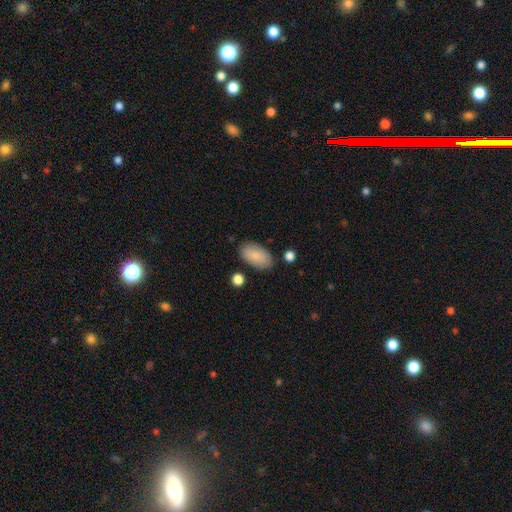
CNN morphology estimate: The model was most divided on "merging": none: 82%, minor disturbance: 12%, major disturbance: 3%, merger: 3%. More confident: how rounded — in between (95%); smooth or featured — smooth (86%).